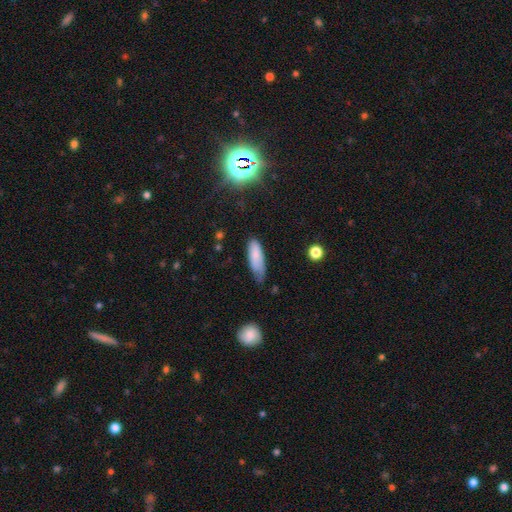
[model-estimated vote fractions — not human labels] smooth-or-featured: smooth: 82% | featured or disk: 11% | star or artifact: 7%
  how-rounded: in between: 58% | cigar-shaped: 40% | round: 2%
  merging: none: 46% | minor disturbance: 41% | major disturbance: 10% | merger: 2%